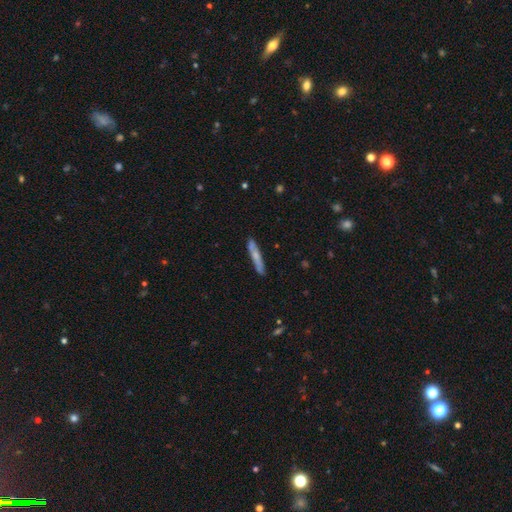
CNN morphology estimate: Smooth or featured: smooth — 58% (featured or disk — 36%)
How rounded: cigar-shaped — 94% (in between — 5%)
Merging: none — 81% (minor disturbance — 13%)